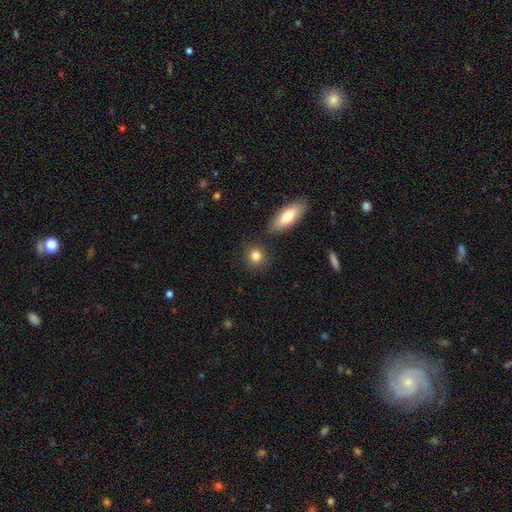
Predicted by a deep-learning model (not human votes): This appears to be a smooth galaxy with no disk features (85%) that is round (82%). Merging: none (82%).